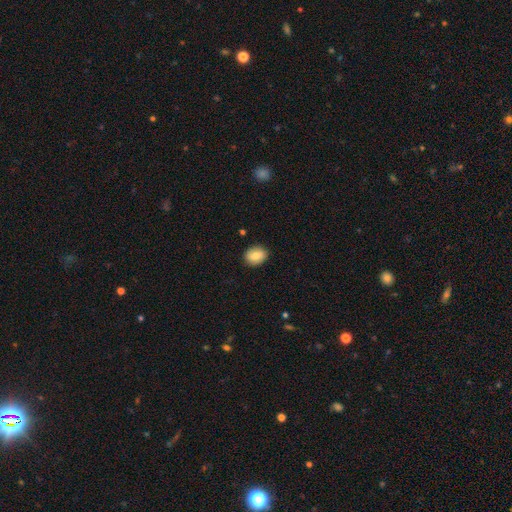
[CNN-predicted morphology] Smooth or featured? Predicted: smooth (p=0.81). How rounded? Predicted: in between (p=0.56). Merging? Predicted: none (p=0.87).